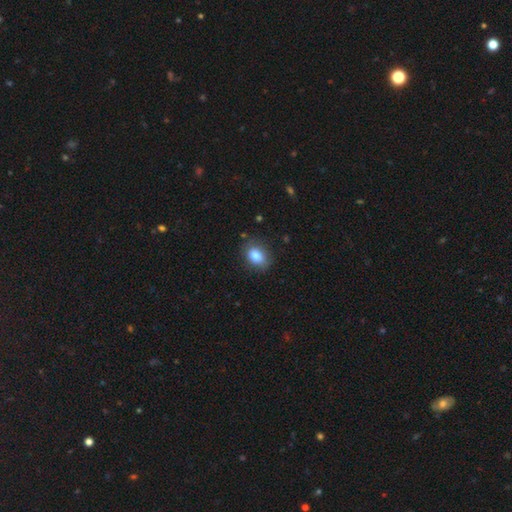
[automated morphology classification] type=smooth (84%); roundness=in between (70%); merging=none (81%).